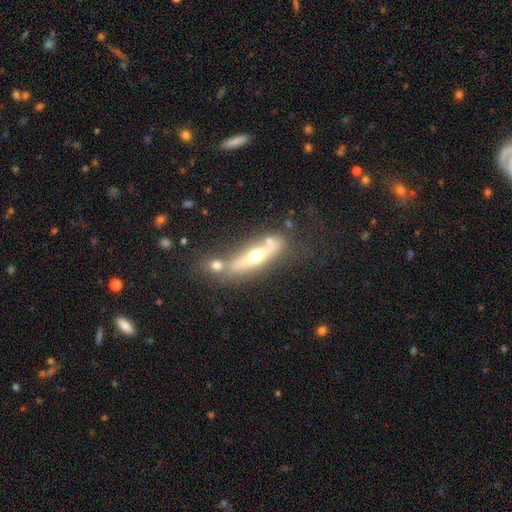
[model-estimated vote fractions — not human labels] A featured or disk galaxy (58%) viewed edge-on (76%). Merging: none (50%).